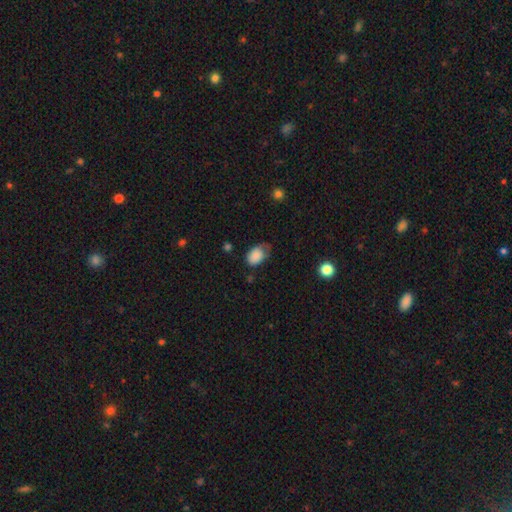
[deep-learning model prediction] Overall: smooth (84%). How rounded: in between (83%). Merging: none (42%; minor disturbance 40%).